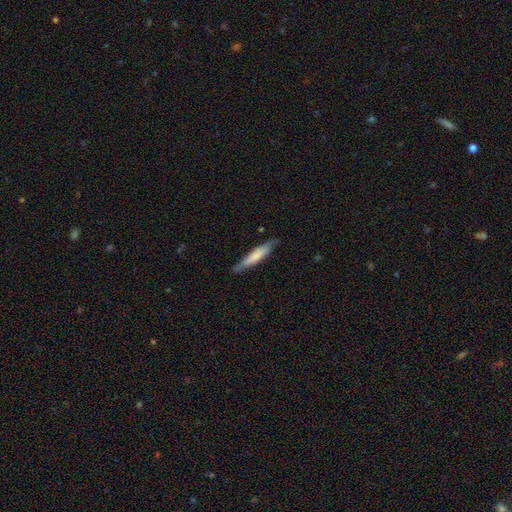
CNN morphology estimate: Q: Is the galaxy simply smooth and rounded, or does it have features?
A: smooth — 67%.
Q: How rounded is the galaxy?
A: cigar-shaped — 89%.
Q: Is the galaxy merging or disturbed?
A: none — 79%.